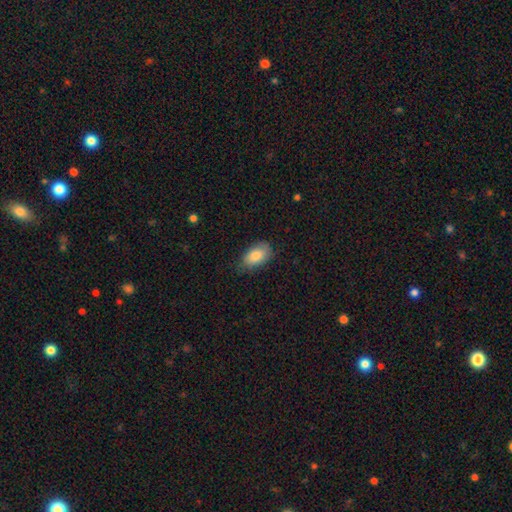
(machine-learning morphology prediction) Overall: smooth (85%). How rounded: in between (93%). Merging: none (74%).